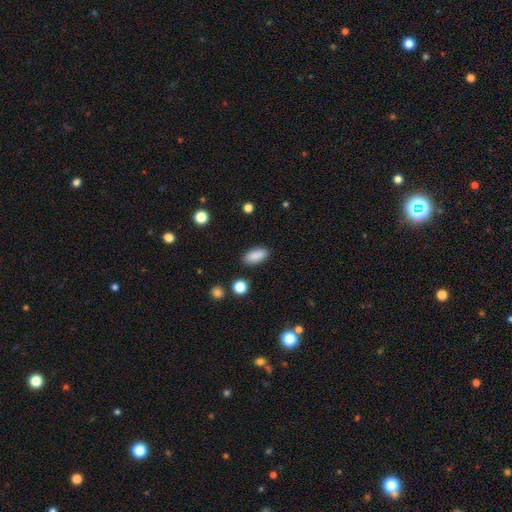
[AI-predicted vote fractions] Smooth or featured?
  - smooth: 88% *
  - star or artifact: 8%
  - featured or disk: 4%
How rounded?
  - in between: 89% *
  - cigar-shaped: 8%
  - round: 3%
Merging?
  - none: 88% *
  - minor disturbance: 8%
  - major disturbance: 2%
  - merger: 2%